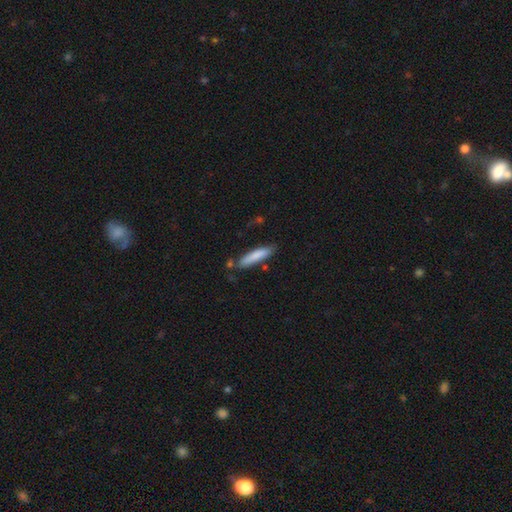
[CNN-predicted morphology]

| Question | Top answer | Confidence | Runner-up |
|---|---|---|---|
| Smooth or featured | smooth | 81% | featured or disk (13%) |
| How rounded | cigar-shaped | 82% | in between (16%) |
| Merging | none | 77% | minor disturbance (15%) |